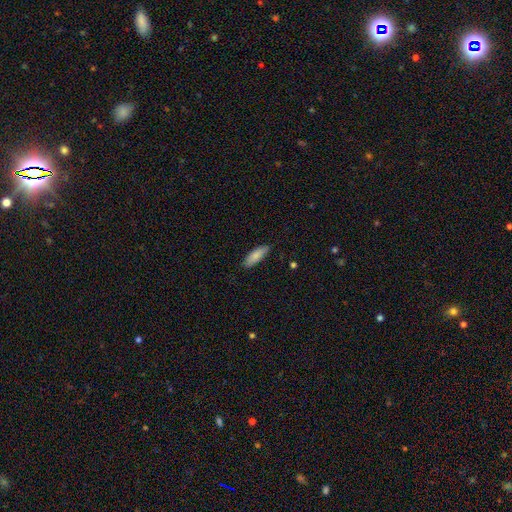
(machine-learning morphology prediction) Smooth or featured?
  - smooth: 83% *
  - featured or disk: 11%
  - star or artifact: 6%
How rounded?
  - in between: 65% *
  - cigar-shaped: 33%
  - round: 2%
Merging?
  - none: 85% *
  - minor disturbance: 12%
  - major disturbance: 2%
  - merger: 1%